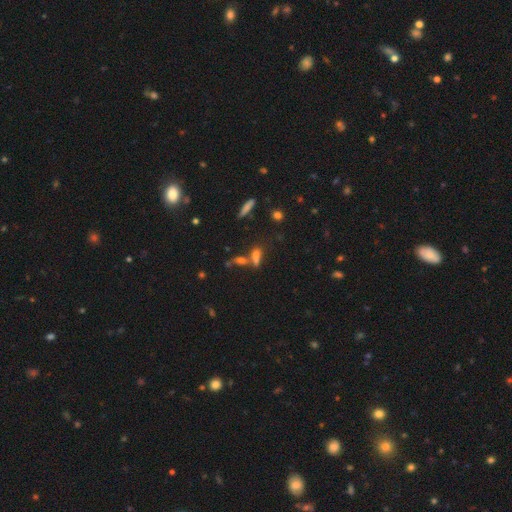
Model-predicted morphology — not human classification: smooth-or-featured: smooth: 65% | star or artifact: 18% | featured or disk: 18%
  how-rounded: in between: 46% | cigar-shaped: 44% | round: 10%
  merging: none: 42% | merger: 40% | minor disturbance: 11% | major disturbance: 7%